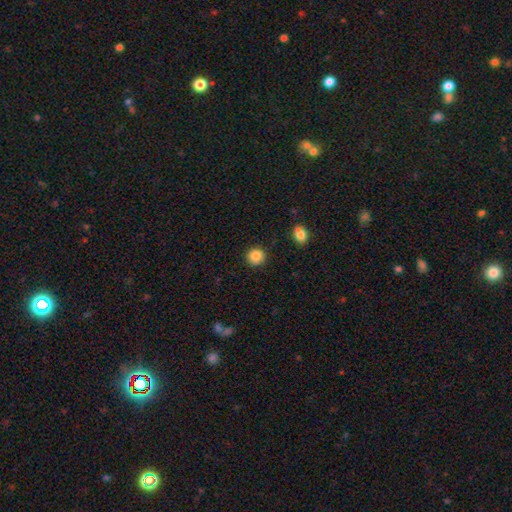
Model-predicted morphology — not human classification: A smooth galaxy with no disk features (85%) that is round (92%). Merging: none (89%).